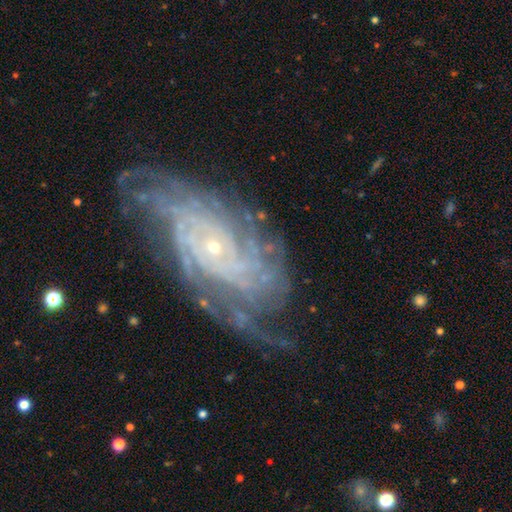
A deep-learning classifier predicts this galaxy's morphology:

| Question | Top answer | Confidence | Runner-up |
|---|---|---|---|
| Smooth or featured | featured or disk | 87% | star or artifact (7%) |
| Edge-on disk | no | 94% | yes (6%) |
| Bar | no | 74% | weak (19%) |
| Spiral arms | yes | 97% | no (3%) |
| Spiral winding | tight | 73% | medium (21%) |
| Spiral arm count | can't tell | 31% | more than 4 (24%) |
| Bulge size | small | 86% | moderate (10%) |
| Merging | none | 71% | minor disturbance (19%) |